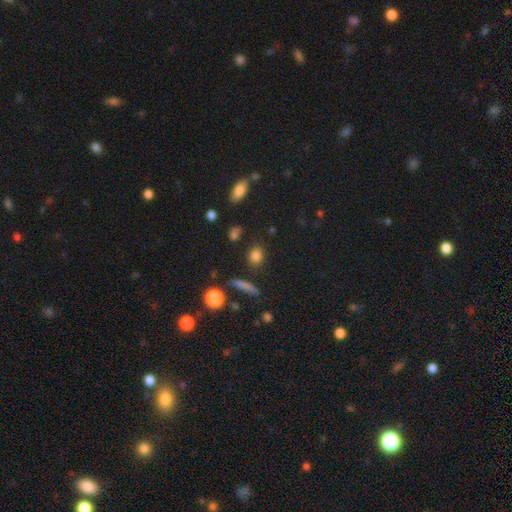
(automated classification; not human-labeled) smooth-or-featured: smooth: 81% | star or artifact: 13% | featured or disk: 6%
  how-rounded: round: 62% | in between: 32% | cigar-shaped: 5%
  merging: none: 83% | minor disturbance: 10% | merger: 4% | major disturbance: 3%